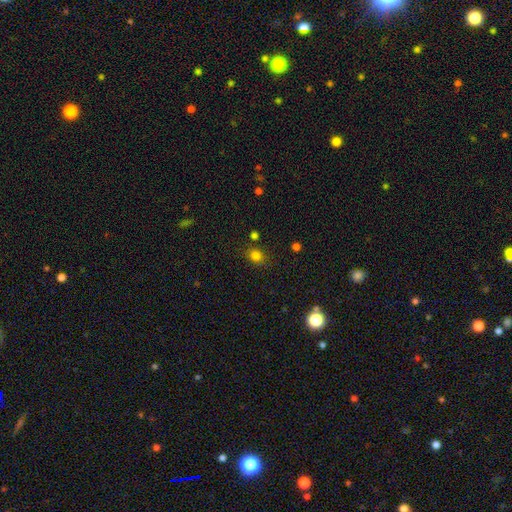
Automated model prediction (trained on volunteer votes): smooth_or_featured: smooth (p=0.79) [alt: star or artifact p=0.15]
how_rounded: round (p=0.59) [alt: in between p=0.40]
merging: none (p=0.77) [alt: minor disturbance p=0.14]